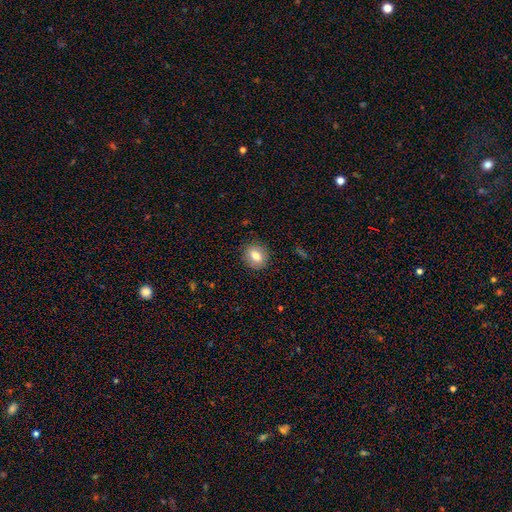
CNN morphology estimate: smooth_or_featured: smooth (p=0.78) [alt: featured or disk p=0.13]
how_rounded: round (p=0.74) [alt: in between p=0.25]
merging: none (p=0.89) [alt: minor disturbance p=0.07]